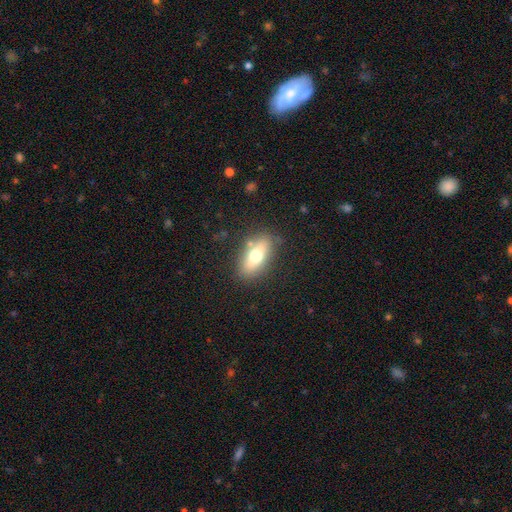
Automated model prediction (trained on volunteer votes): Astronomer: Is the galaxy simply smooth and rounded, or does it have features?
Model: smooth — 63%.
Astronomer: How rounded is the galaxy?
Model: in between — 78%.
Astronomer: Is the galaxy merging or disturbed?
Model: none — 80%.